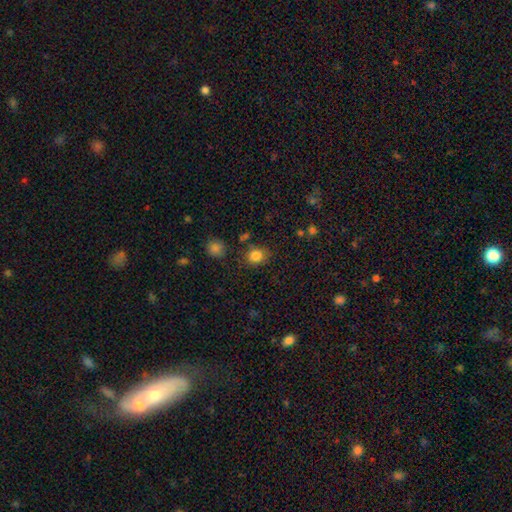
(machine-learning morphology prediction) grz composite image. It shows a smooth galaxy with no disk features (83%) that is round (75%). Merging: none (77%).